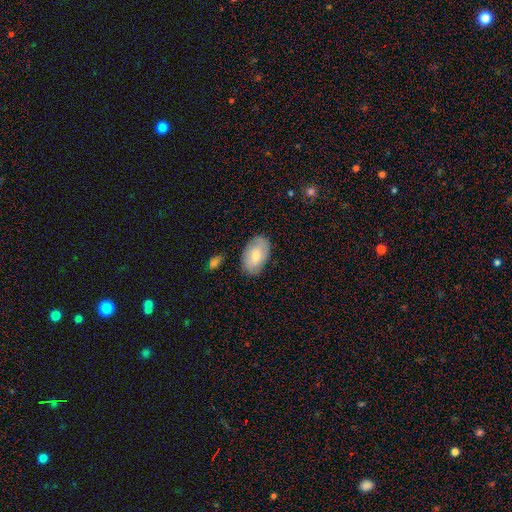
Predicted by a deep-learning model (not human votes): Q: Smooth or featured?
A: smooth (70%); runner-up: featured or disk (24%)
Q: How rounded?
A: in between (93%); runner-up: round (6%)
Q: Merging?
A: none (81%); runner-up: minor disturbance (14%)